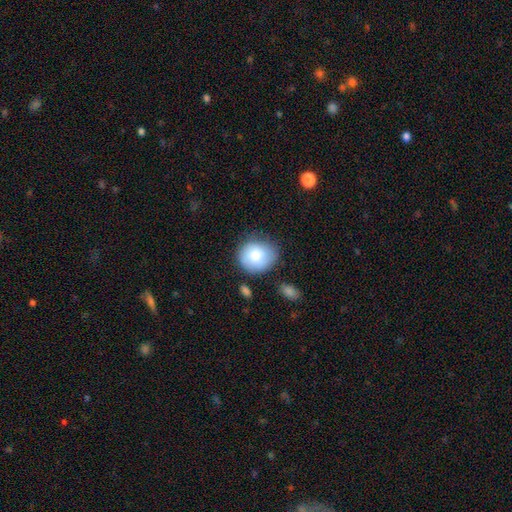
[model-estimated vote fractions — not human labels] Smooth or featured?
  - smooth: 79% *
  - featured or disk: 14%
  - star or artifact: 7%
How rounded?
  - round: 73% *
  - in between: 26%
  - cigar-shaped: 1%
Merging?
  - none: 67% *
  - minor disturbance: 22%
  - major disturbance: 6%
  - merger: 5%